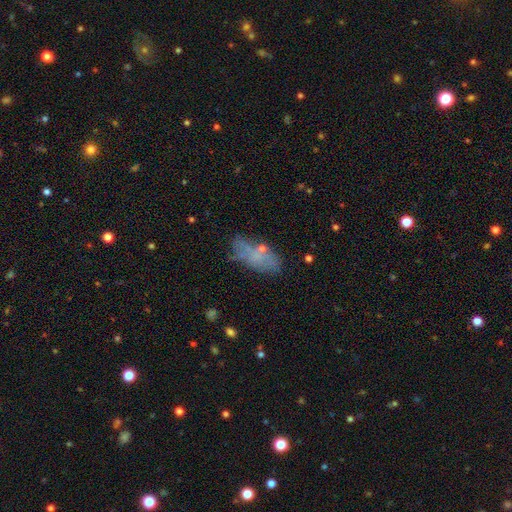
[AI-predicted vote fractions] This appears to be a smooth galaxy with no disk features (56%) that is in between round and cigar-shaped (82%). Merging: none (60%).